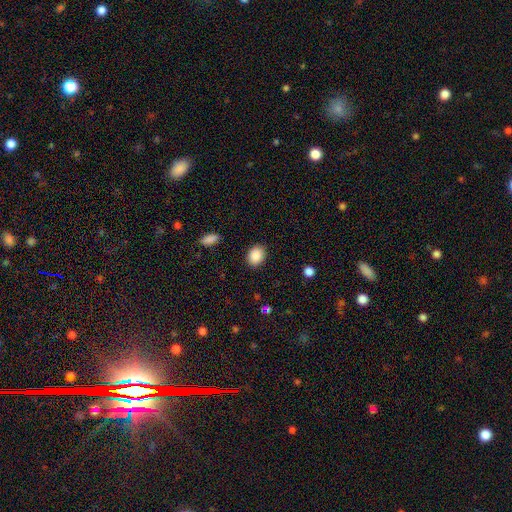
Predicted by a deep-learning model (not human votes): smooth_or_featured: smooth (p=0.89) [alt: star or artifact p=0.08]
how_rounded: in between (p=0.52) [alt: round p=0.47]
merging: none (p=0.88) [alt: minor disturbance p=0.08]